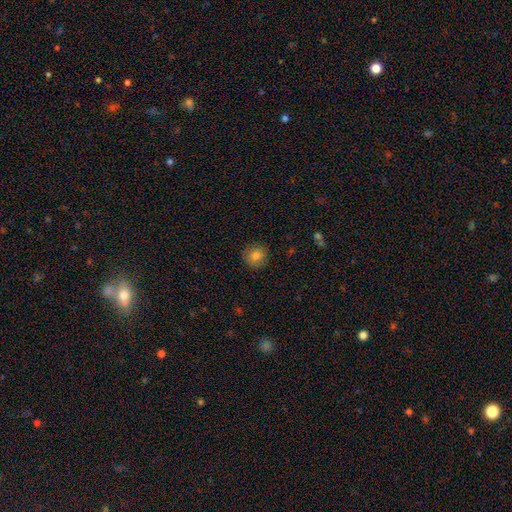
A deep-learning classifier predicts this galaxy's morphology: Smooth or featured? Predicted: smooth (p=0.79). How rounded? Predicted: round (p=0.89). Merging? Predicted: none (p=0.87).